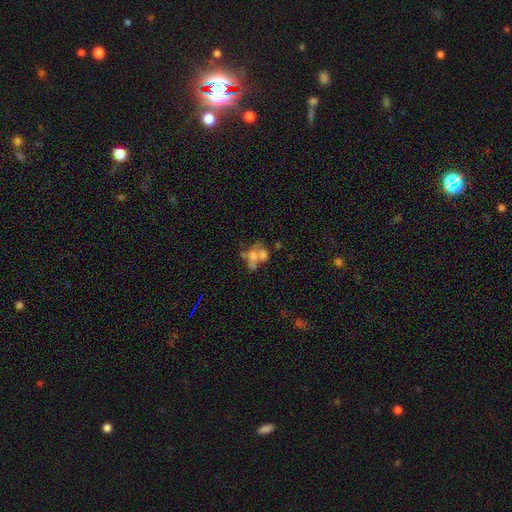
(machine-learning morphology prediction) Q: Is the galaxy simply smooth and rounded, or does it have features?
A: smooth — 47%.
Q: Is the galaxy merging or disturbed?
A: merger — 57%.